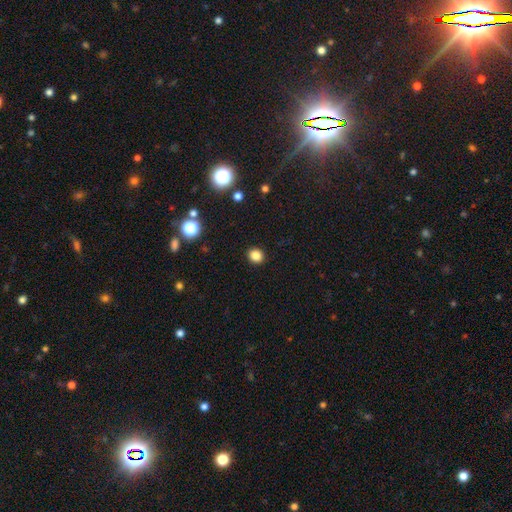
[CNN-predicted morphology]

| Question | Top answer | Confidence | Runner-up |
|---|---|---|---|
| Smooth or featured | smooth | 84% | star or artifact (12%) |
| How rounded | round | 79% | in between (20%) |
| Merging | none | 92% | minor disturbance (5%) |